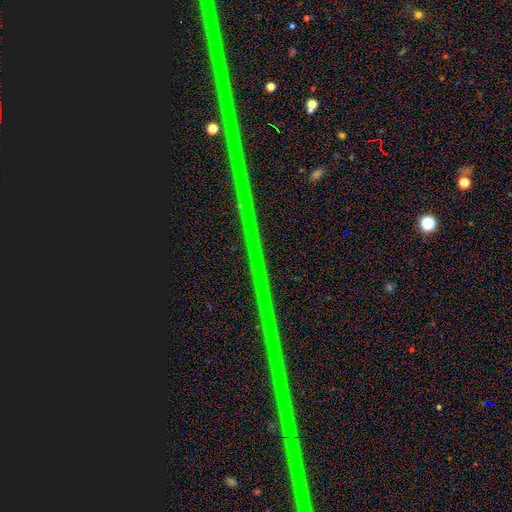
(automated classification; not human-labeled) The model was most divided on "smooth or featured": star or artifact: 90%, featured or disk: 6%, smooth: 4%.